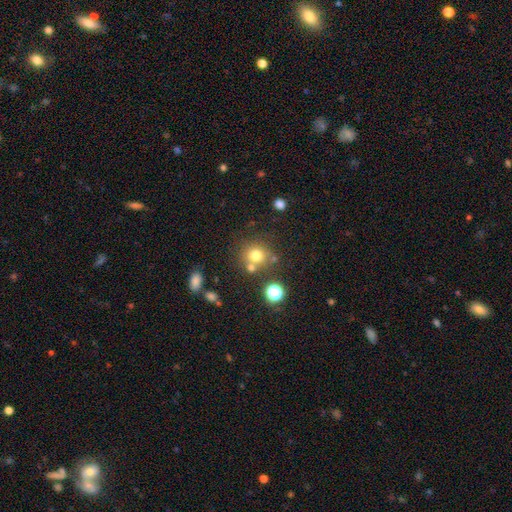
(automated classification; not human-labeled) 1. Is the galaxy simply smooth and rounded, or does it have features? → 73% smooth, 17% star or artifact, 11% featured or disk.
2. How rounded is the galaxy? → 86% round, 13% in between, 1% cigar-shaped.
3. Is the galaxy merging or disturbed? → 65% none, 19% merger, 11% minor disturbance, 5% major disturbance.